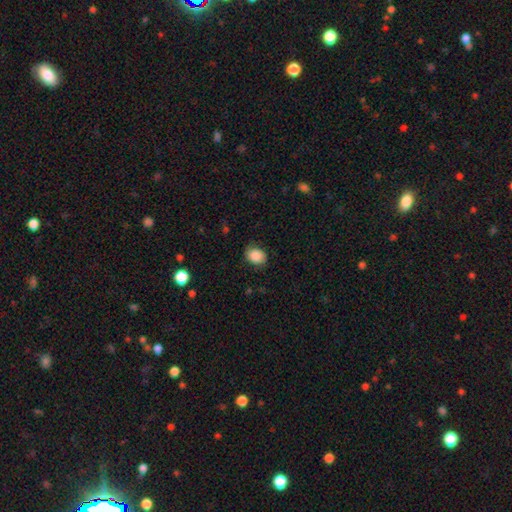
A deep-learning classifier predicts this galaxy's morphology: smooth-or-featured: smooth: 88% | star or artifact: 8% | featured or disk: 5%
  how-rounded: in between: 61% | round: 38% | cigar-shaped: 1%
  merging: none: 81% | minor disturbance: 15% | major disturbance: 3% | merger: 1%